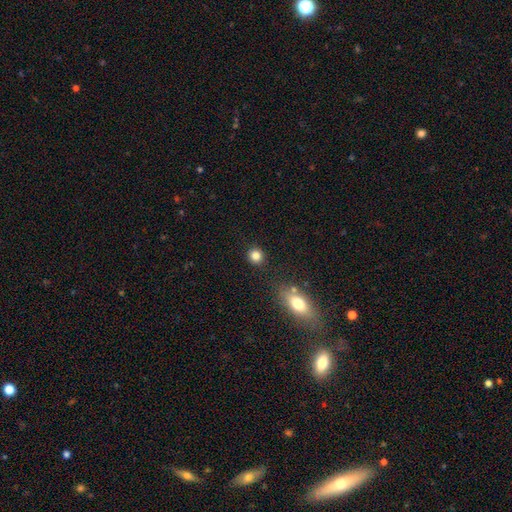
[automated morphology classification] Smooth or featured?
  - smooth: 83% *
  - star or artifact: 12%
  - featured or disk: 5%
How rounded?
  - round: 89% *
  - in between: 9%
  - cigar-shaped: 1%
Merging?
  - none: 88% *
  - minor disturbance: 7%
  - merger: 3%
  - major disturbance: 2%